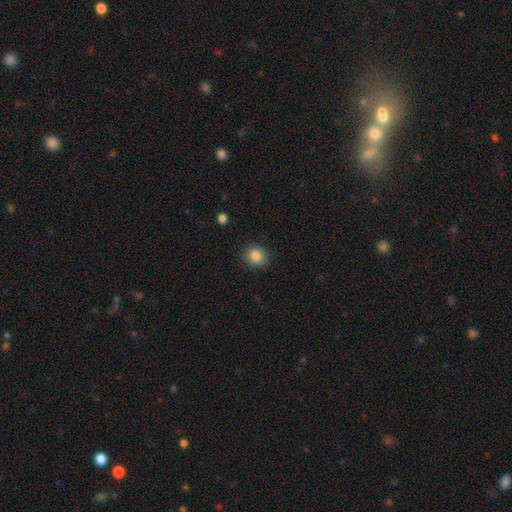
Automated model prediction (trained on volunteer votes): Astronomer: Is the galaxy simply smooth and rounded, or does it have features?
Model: smooth — 85%.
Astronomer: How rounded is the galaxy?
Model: round — 80%.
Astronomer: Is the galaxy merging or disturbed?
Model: none — 89%.